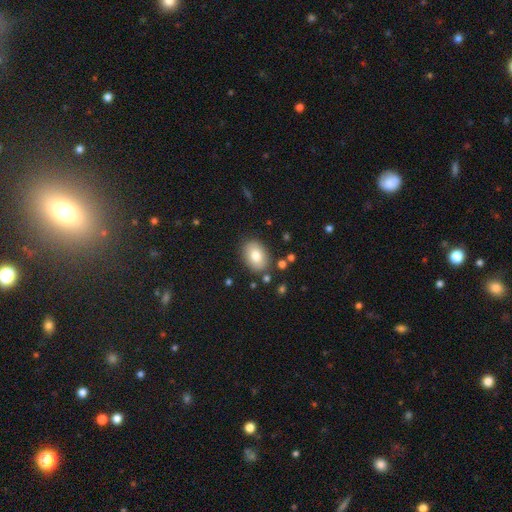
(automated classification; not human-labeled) The model was most divided on "how rounded": in between: 79%, round: 20%, cigar-shaped: 1%. More confident: merging — none (85%); smooth or featured — smooth (81%).